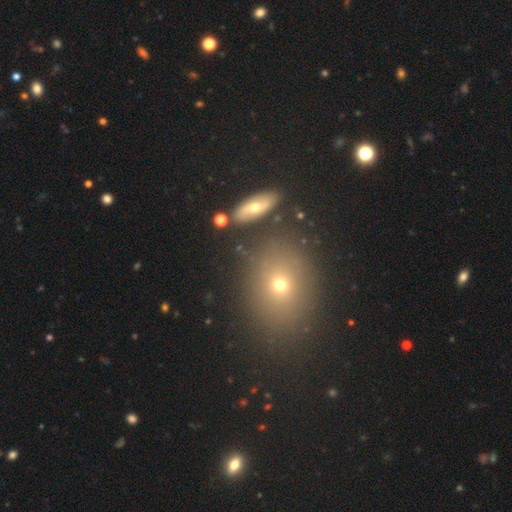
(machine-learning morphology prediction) type=smooth (59%); roundness=in between (50%); merging=none (78%).